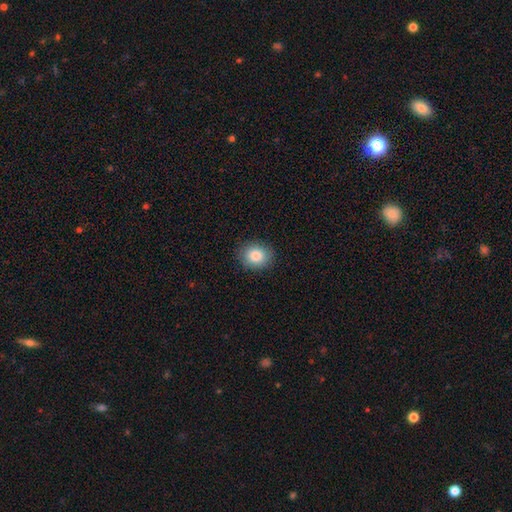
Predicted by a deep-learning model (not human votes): A smooth galaxy with no disk features (84%) that is round (63%).

Vote fractions:
- Smooth or featured? smooth: 84% / star or artifact: 9% / featured or disk: 7%
- How rounded? round: 63% / in between: 36% / cigar-shaped: 1%
- Merging? none: 89% / minor disturbance: 8% / major disturbance: 2% / merger: 1%